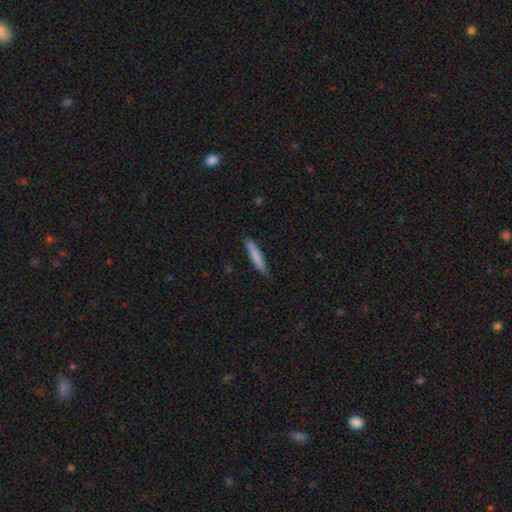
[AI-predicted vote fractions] The model was most divided on "smooth or featured": smooth: 78%, featured or disk: 16%, star or artifact: 6%. More confident: how rounded — cigar-shaped (92%); merging — none (84%).